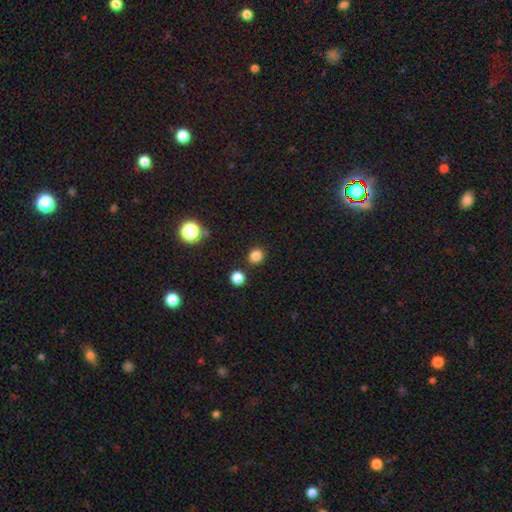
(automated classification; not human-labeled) This appears to be a smooth galaxy with no disk features (82%) that is round (76%). Merging: none (86%).